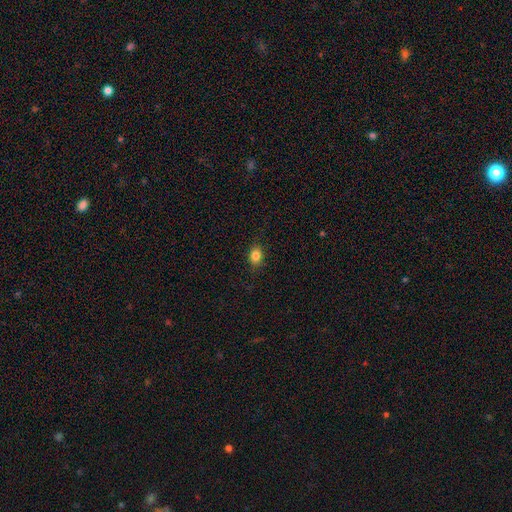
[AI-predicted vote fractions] Smooth or featured? smooth (83%)
How rounded? in between (54%)
Merging? none (86%)